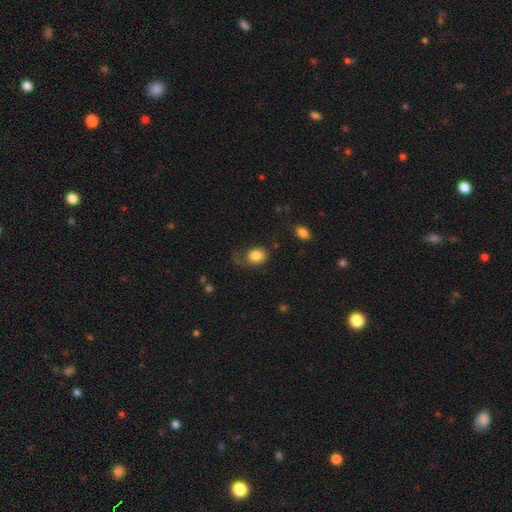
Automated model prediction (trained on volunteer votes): A smooth galaxy with no disk features (82%) that is round (50%).

Vote fractions:
- Smooth or featured? smooth: 82% / featured or disk: 9% / star or artifact: 8%
- How rounded? round: 50% / in between: 49% / cigar-shaped: 1%
- Merging? none: 48% / minor disturbance: 25% / major disturbance: 24% / merger: 3%